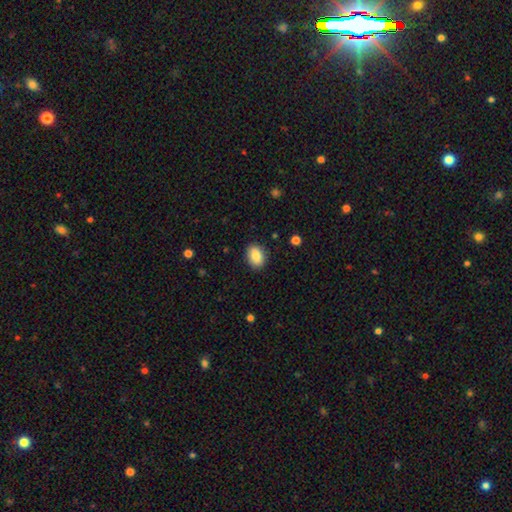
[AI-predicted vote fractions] This is clearly a smooth galaxy (85%). How rounded: likely in between (78%). Merging: clearly none (89%).